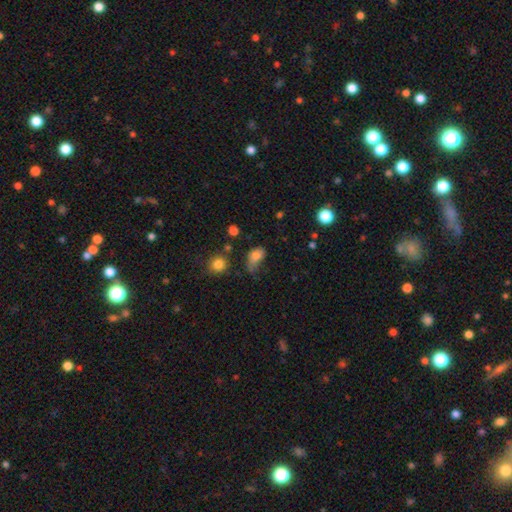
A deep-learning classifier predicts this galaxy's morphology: Smooth or featured? smooth (76%)
How rounded? in between (80%)
Merging? minor disturbance (35%, tied with major disturbance)